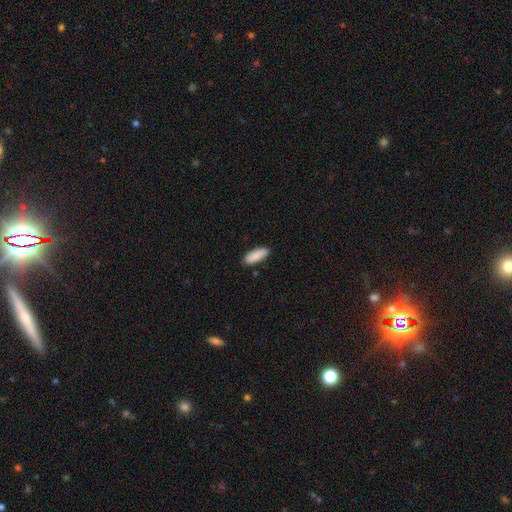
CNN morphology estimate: Smooth or featured? Predicted: smooth (p=0.89). How rounded? Predicted: in between (p=0.71). Merging? Predicted: none (p=0.87).